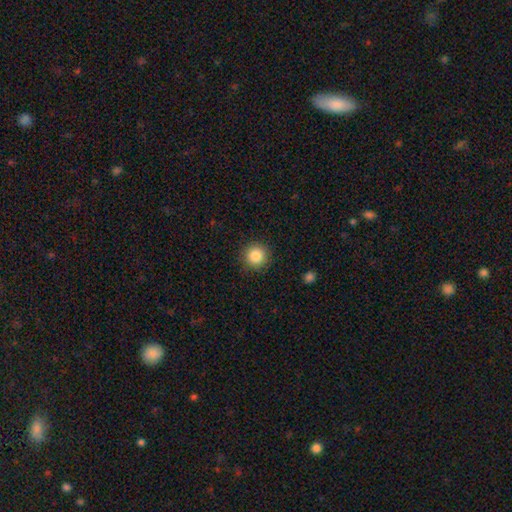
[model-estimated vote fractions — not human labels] This appears to be a smooth galaxy with no disk features (85%) that is round (95%). Merging: none (90%).